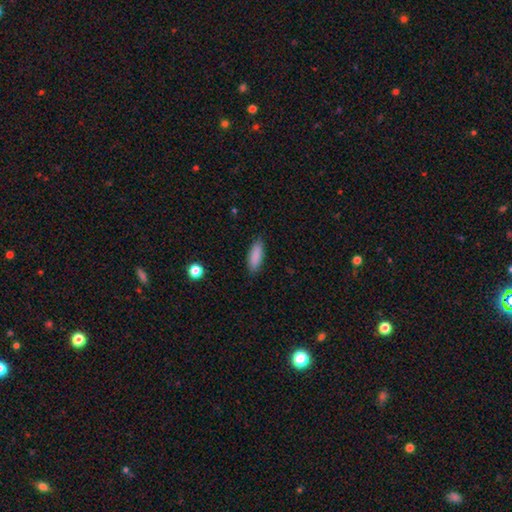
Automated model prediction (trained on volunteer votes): Smooth or featured? Predicted: smooth (p=0.88). How rounded? Predicted: in between (p=0.64). Merging? Predicted: none (p=0.85).